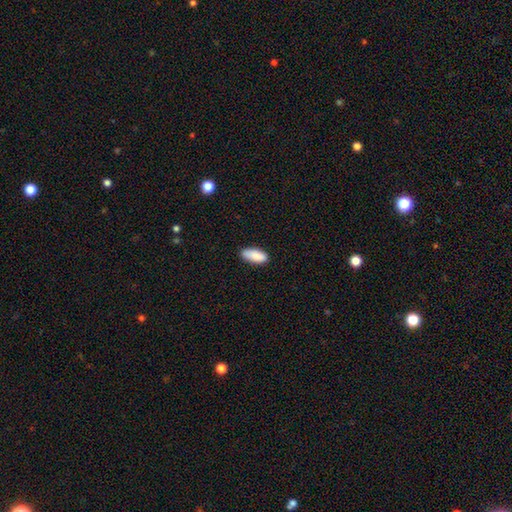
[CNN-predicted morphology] Smooth or featured? Predicted: smooth (p=0.87). How rounded? Predicted: in between (p=0.84). Merging? Predicted: none (p=0.82).